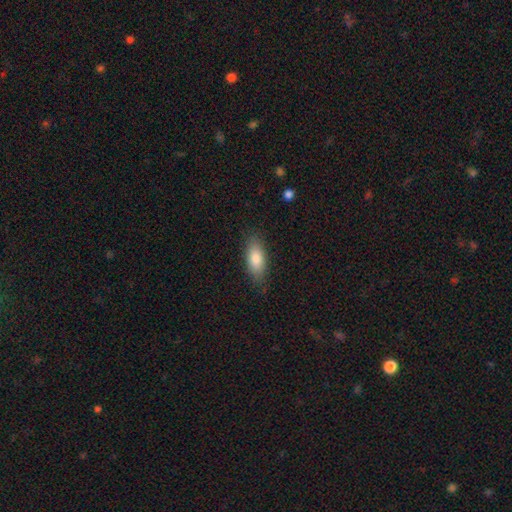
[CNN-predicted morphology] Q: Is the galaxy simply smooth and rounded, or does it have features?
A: smooth — 82%.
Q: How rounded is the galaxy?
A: in between — 76%.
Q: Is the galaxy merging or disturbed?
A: none — 84%.